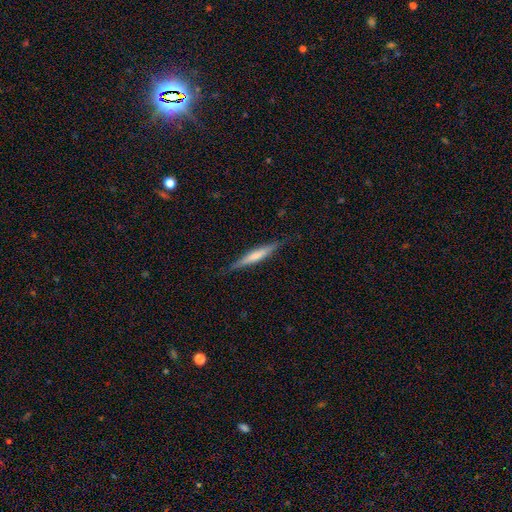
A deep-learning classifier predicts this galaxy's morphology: This is possibly a smooth galaxy (51%). How rounded: clearly cigar-shaped (94%). Merging: clearly none (86%).